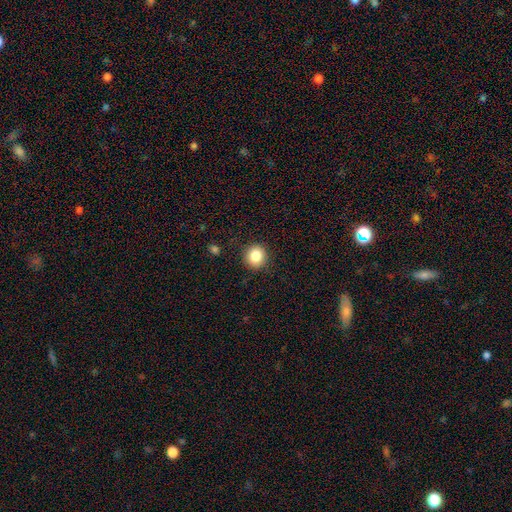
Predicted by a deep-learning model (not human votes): Smooth or featured? smooth (84%)
How rounded? round (84%)
Merging? none (89%)